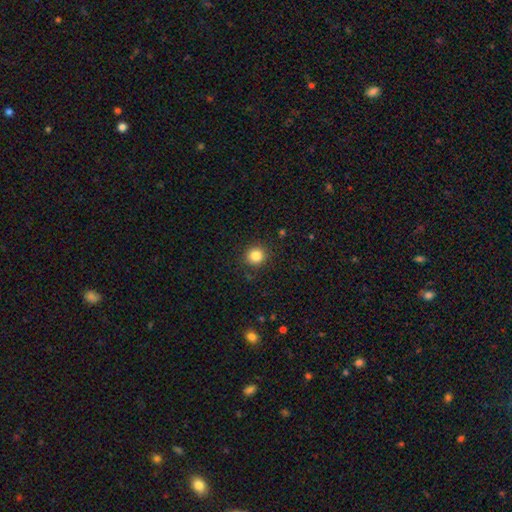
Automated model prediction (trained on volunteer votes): smooth 85%, star or artifact 11%, featured or disk 4%. Down the decision tree: how rounded — round (89%); merging — none (87%).